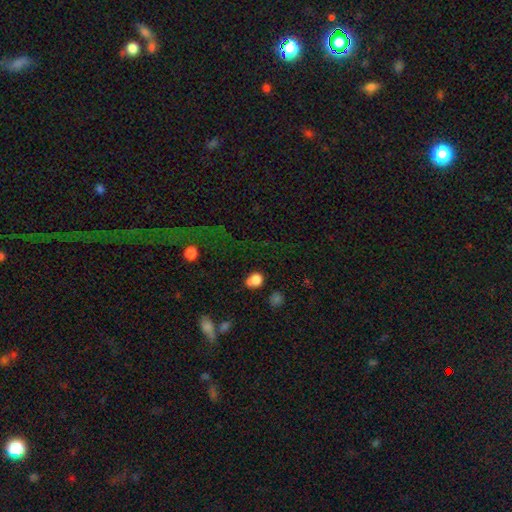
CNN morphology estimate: type=star or artifact (69%).